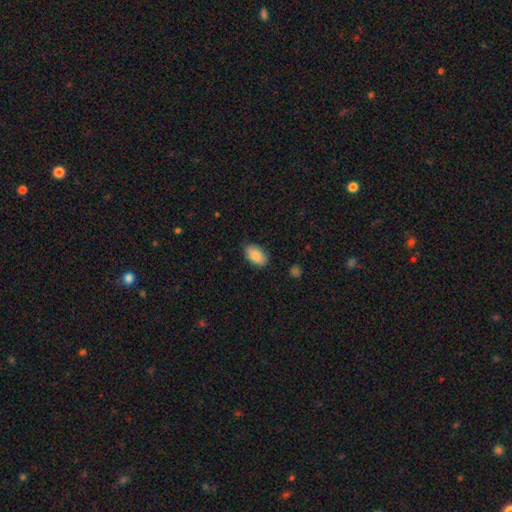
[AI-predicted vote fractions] smooth 88%, star or artifact 7%, featured or disk 5%. Down the decision tree: how rounded — in between (93%); merging — none (84%).